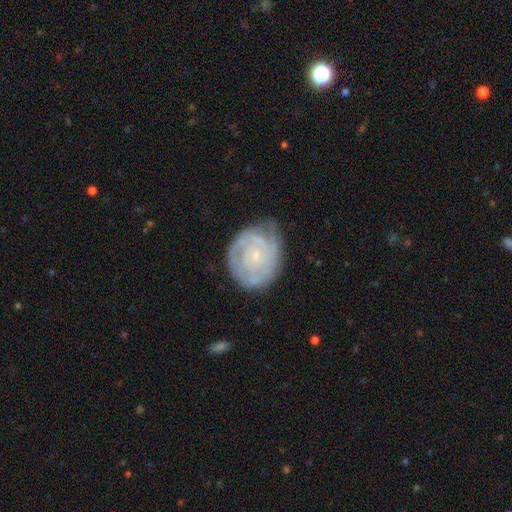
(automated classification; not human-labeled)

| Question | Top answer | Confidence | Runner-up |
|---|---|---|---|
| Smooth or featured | featured or disk | 79% | smooth (15%) |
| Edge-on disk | no | 98% | yes (2%) |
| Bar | no | 75% | weak (21%) |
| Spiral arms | yes | 92% | no (8%) |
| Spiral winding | tight | 74% | medium (21%) |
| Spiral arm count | can't tell | 35% | 2 (29%) |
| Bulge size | small | 79% | moderate (13%) |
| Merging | none | 68% | minor disturbance (23%) |